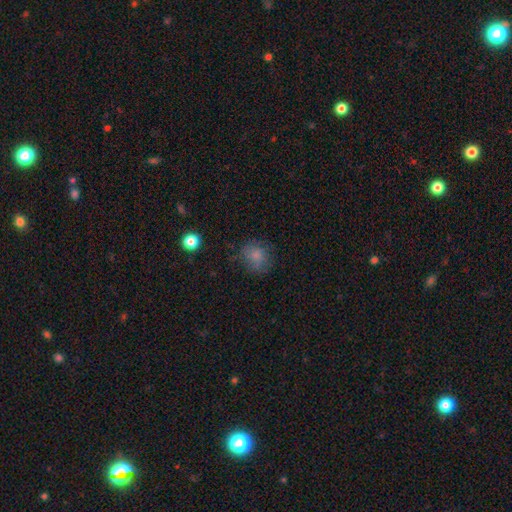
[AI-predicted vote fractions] Overall: smooth (77%). How rounded: round (81%). Merging: none (68%).